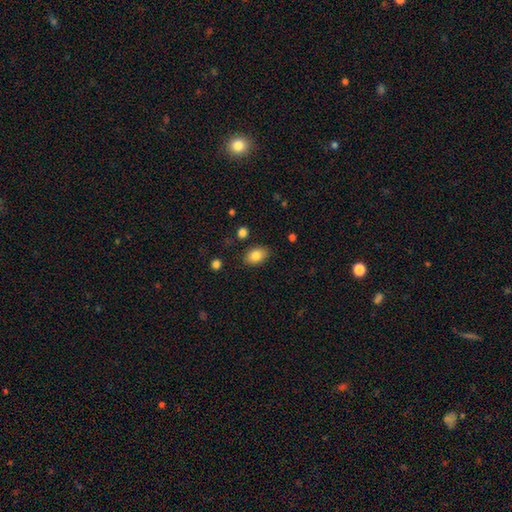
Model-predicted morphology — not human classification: The model was most divided on "how rounded": in between: 84%, round: 15%, cigar-shaped: 1%. More confident: merging — none (85%); smooth or featured — smooth (83%).